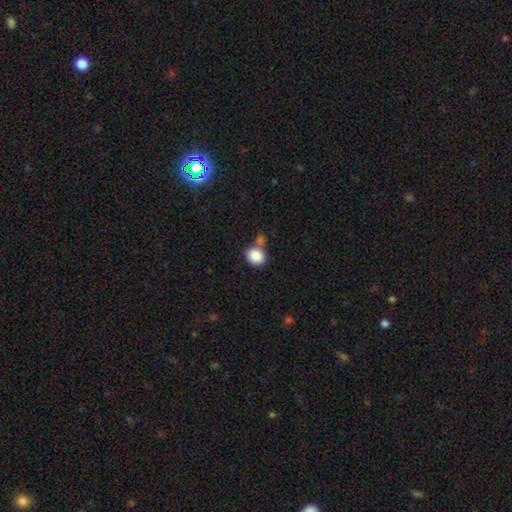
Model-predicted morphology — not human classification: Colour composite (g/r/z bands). It shows a smooth galaxy with no disk features (87%) that is round (56%). Merging: none (56%).